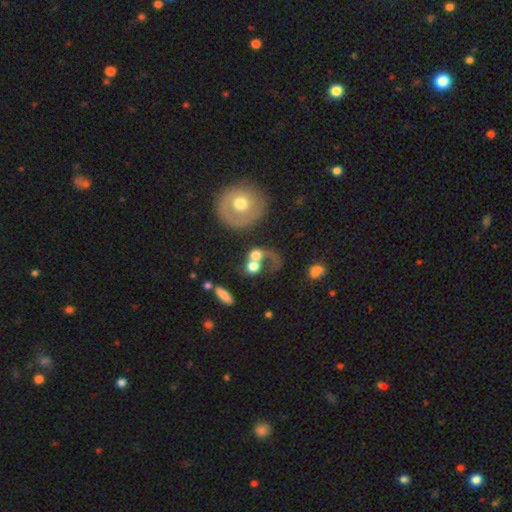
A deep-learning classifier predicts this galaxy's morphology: This is possibly a smooth galaxy (52%). How rounded: likely round (72%). Merging: possibly merger (47%).